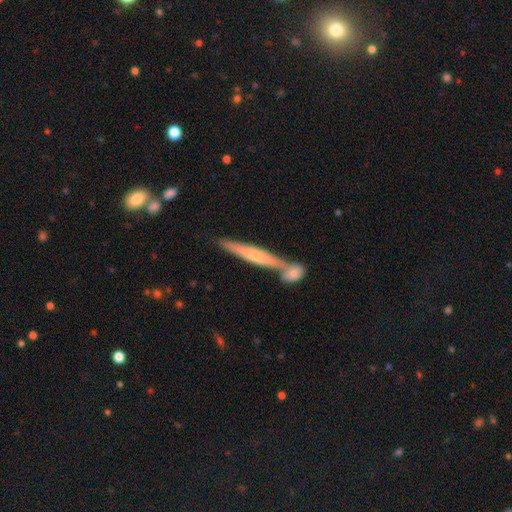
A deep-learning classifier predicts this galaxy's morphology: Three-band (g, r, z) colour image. It shows a featured or disk galaxy (54%) viewed edge-on (89%). Merging: none (52%).